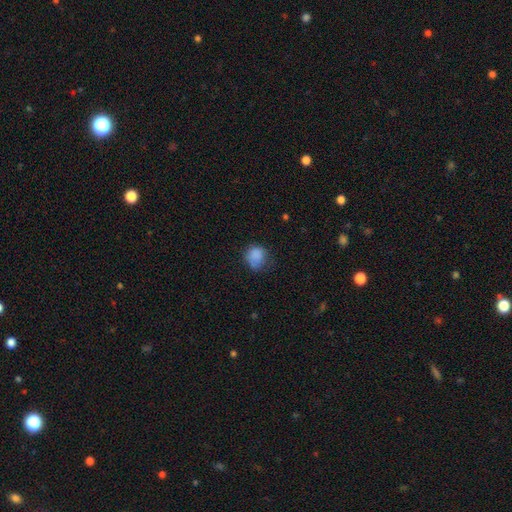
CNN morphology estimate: This appears to be a smooth galaxy with no disk features (83%) that is round (76%). Merging: none (55%).